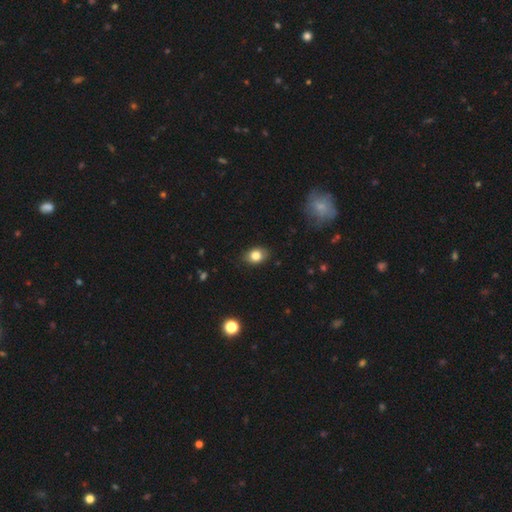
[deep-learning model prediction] Q: Smooth or featured?
A: smooth (82%); runner-up: star or artifact (9%)
Q: How rounded?
A: in between (69%); runner-up: round (30%)
Q: Merging?
A: none (84%); runner-up: minor disturbance (12%)